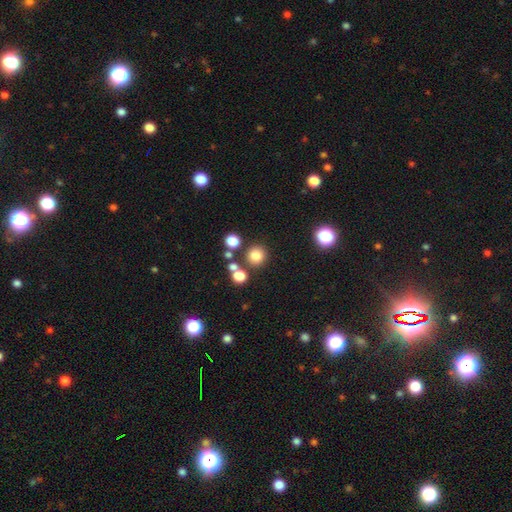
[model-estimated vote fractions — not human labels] A smooth galaxy with no disk features (78%) that is round (92%).

Vote fractions:
- Smooth or featured? smooth: 78% / star or artifact: 15% / featured or disk: 7%
- How rounded? round: 92% / in between: 7% / cigar-shaped: 1%
- Merging? none: 79% / merger: 10% / minor disturbance: 7% / major disturbance: 3%